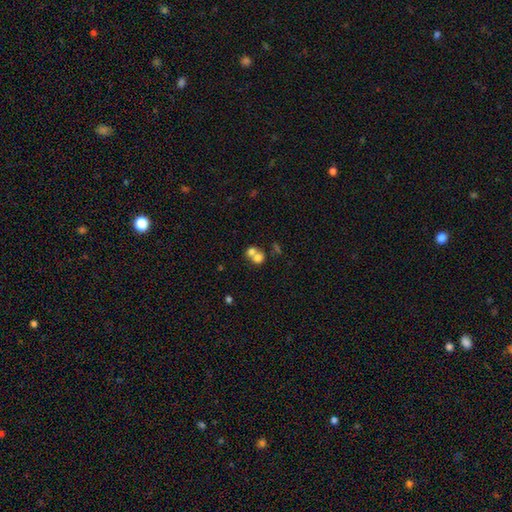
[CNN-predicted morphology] type=smooth (70%); roundness=round (72%); merging=merger (63%).